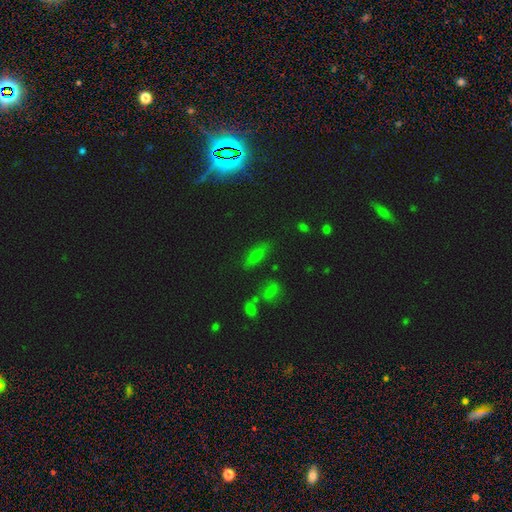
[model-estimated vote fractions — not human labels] Smooth or featured: smooth — 63% (featured or disk — 19%)
How rounded: in between — 64% (cigar-shaped — 30%)
Merging: none — 77% (minor disturbance — 13%)